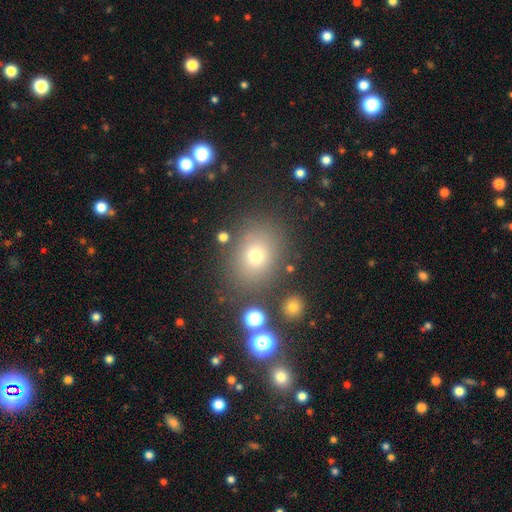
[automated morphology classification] This is likely a smooth galaxy (67%). How rounded: possibly round (55%). Merging: clearly none (80%).